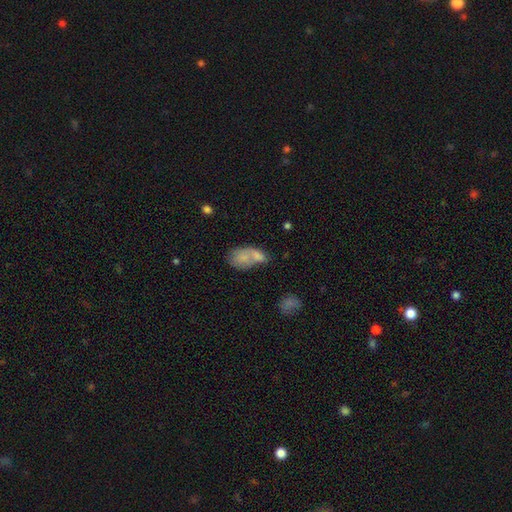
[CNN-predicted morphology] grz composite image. It shows a smooth galaxy with no disk features (66%) that is in between round and cigar-shaped (80%). Merging: merger (49%).